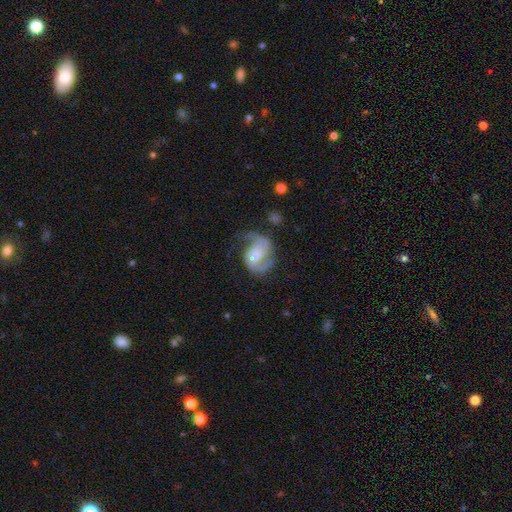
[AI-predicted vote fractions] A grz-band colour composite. It shows a featured or disk galaxy (77%) with a weak bar (42%), 2 (78%) medium (45%) spiral arms (90%) and a small central bulge (50%). Merging: none (45%).